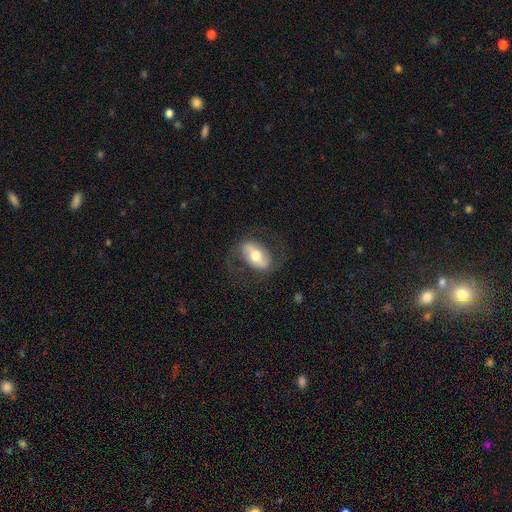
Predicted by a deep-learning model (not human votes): Overall: featured or disk (54%; smooth 40%). Edge-on disk: no (91%). Merging: none (71%).